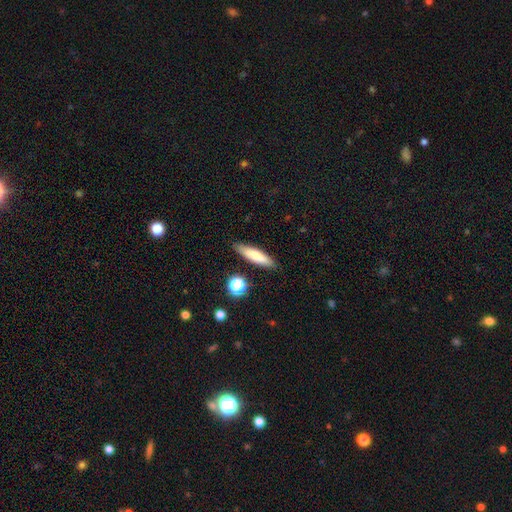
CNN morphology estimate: A smooth galaxy with no disk features (75%) that is cigar-shaped (74%).

Vote fractions:
- Smooth or featured? smooth: 75% / featured or disk: 17% / star or artifact: 8%
- How rounded? cigar-shaped: 74% / in between: 24% / round: 2%
- Merging? none: 86% / minor disturbance: 10% / major disturbance: 2% / merger: 2%